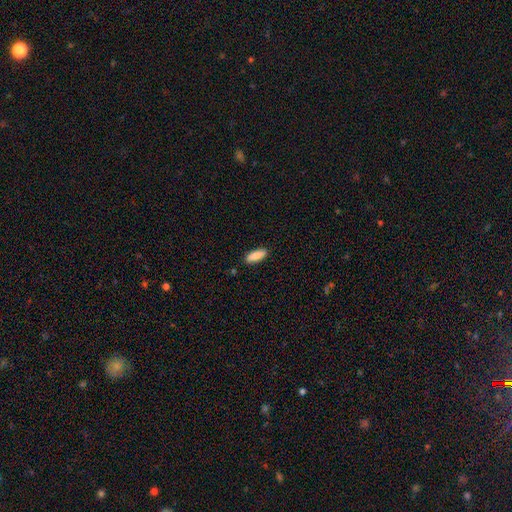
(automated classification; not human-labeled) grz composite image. It shows a smooth galaxy with no disk features (86%) that is in between round and cigar-shaped (58%). Merging: none (87%).